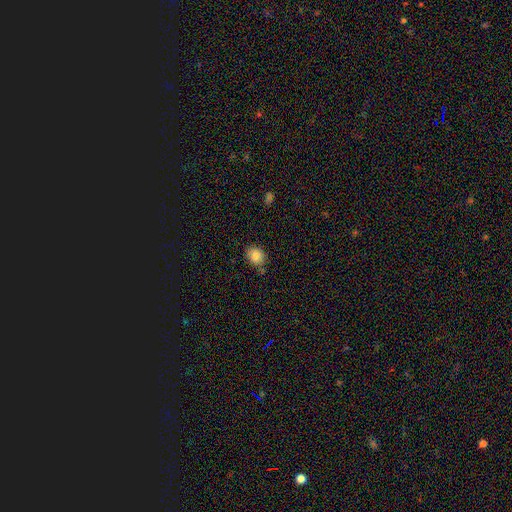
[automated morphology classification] smooth 84%, star or artifact 9%, featured or disk 6%. Down the decision tree: how rounded — round (60%); merging — none (73%).